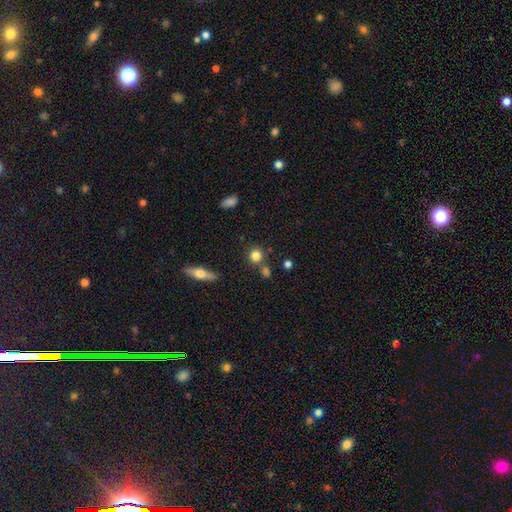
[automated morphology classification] This appears to be a smooth galaxy with no disk features (80%) that is round (89%). Merging: none (71%).